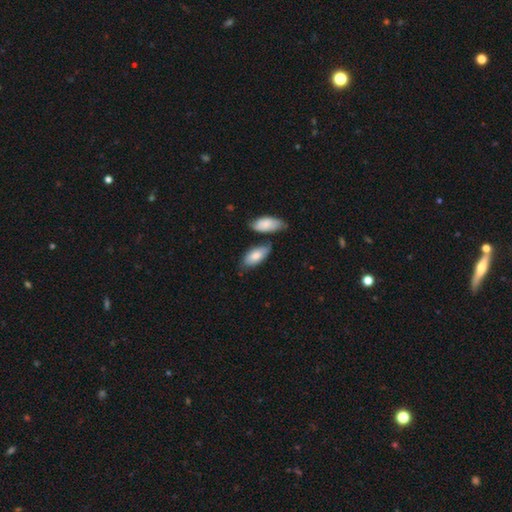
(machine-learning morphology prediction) A smooth galaxy with no disk features (79%) that is in between round and cigar-shaped (90%). Merging: none (56%).